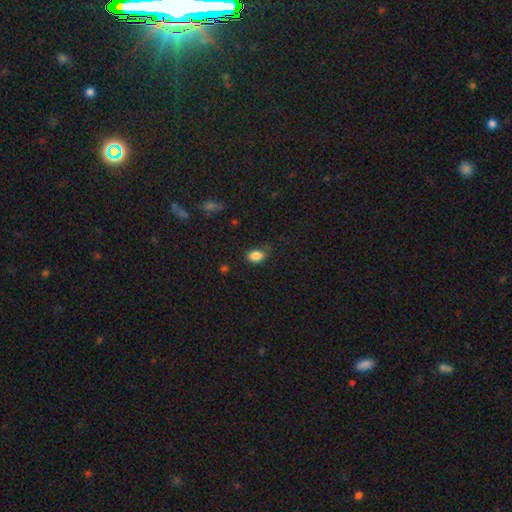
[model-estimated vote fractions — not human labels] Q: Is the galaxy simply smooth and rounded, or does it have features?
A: smooth — 86%.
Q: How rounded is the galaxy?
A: in between — 80%.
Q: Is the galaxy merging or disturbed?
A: none — 67%.